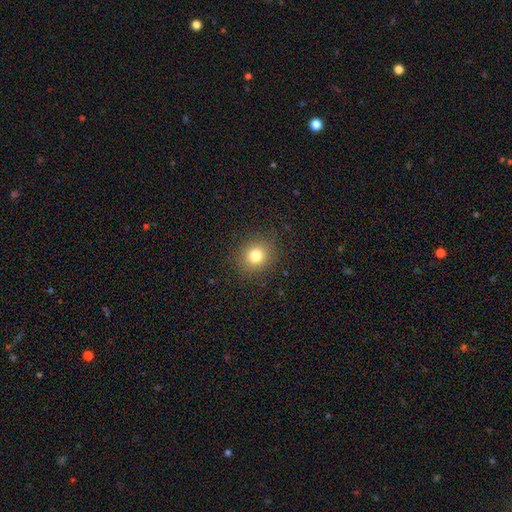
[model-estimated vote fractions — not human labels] smooth 80%, star or artifact 13%, featured or disk 8%. Down the decision tree: how rounded — round (79%); merging — none (89%).